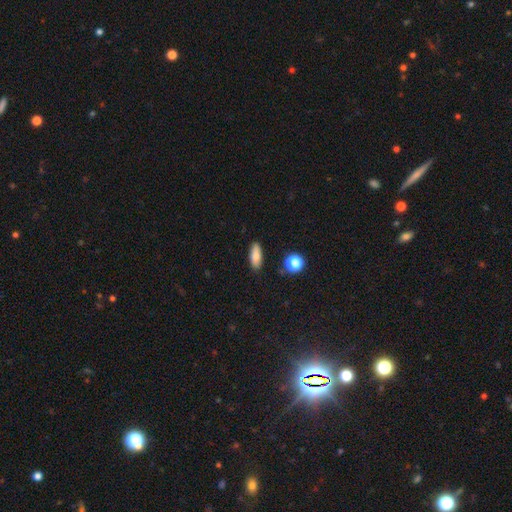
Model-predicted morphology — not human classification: type=smooth (85%); roundness=in between (71%); merging=none (86%).